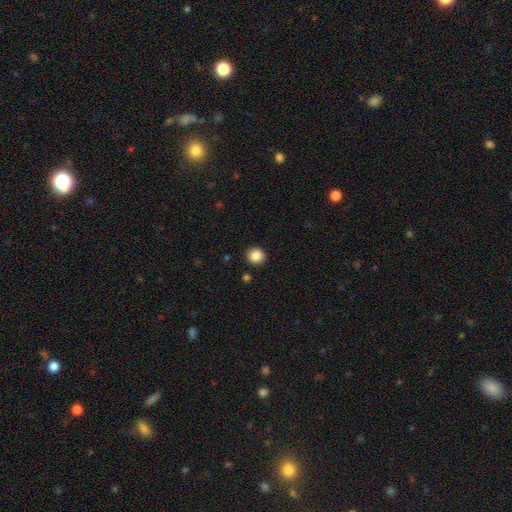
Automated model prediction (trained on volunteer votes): smooth-or-featured: smooth: 86% | star or artifact: 9% | featured or disk: 4%
  how-rounded: round: 90% | in between: 9% | cigar-shaped: 1%
  merging: none: 92% | minor disturbance: 5% | major disturbance: 2% | merger: 1%